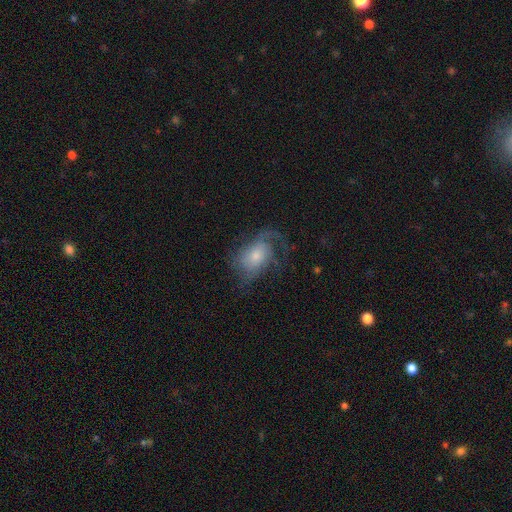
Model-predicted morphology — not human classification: featured or disk 68%, smooth 24%, star or artifact 8%. Down the decision tree: edge-on disk — no (96%); bar — no (72%); spiral arms — yes (88%); spiral arm count — 2 (37%); spiral winding — medium (42%); bulge size — moderate (44%); merging — none (51%).